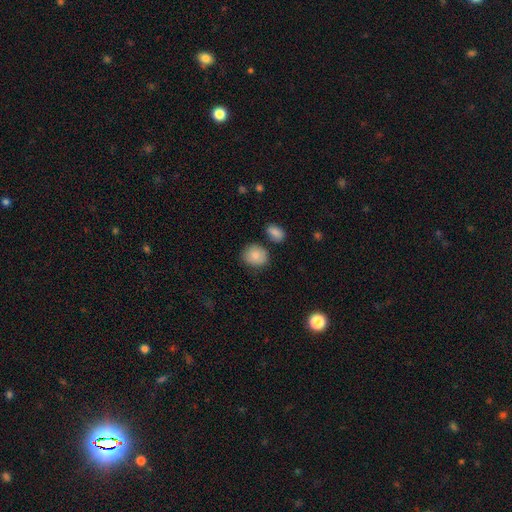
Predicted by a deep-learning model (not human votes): A smooth galaxy with no disk features (84%) that is round (73%). Merging: none (76%).